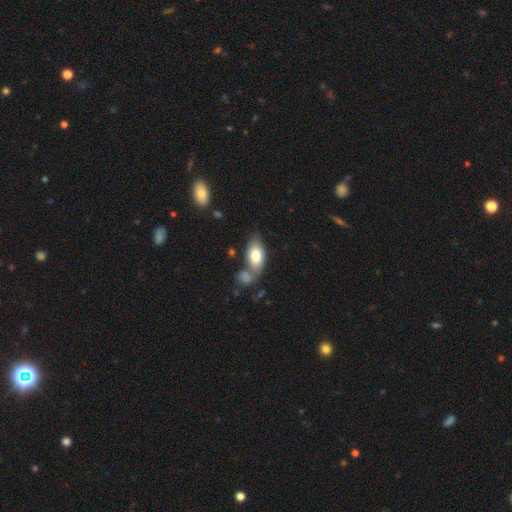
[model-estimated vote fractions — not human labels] smooth_or_featured: smooth (p=0.78) [alt: featured or disk p=0.16]
how_rounded: in between (p=0.91) [alt: round p=0.05]
merging: none (p=0.52) [alt: merger p=0.26]